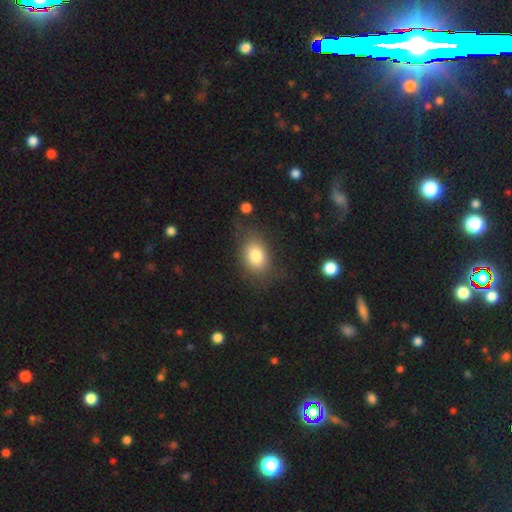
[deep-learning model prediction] Smooth or featured? smooth (79%)
How rounded? in between (67%)
Merging? none (68%)